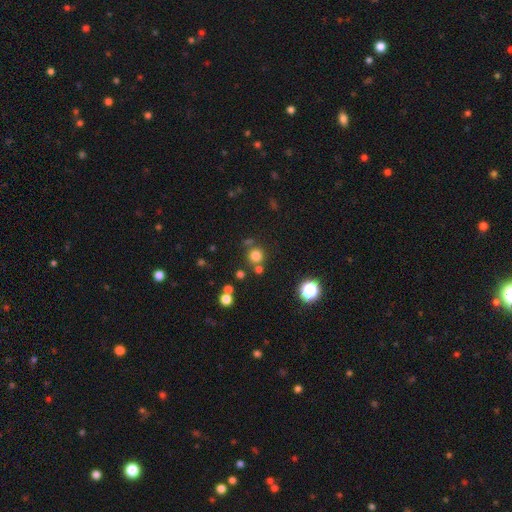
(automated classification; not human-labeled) Smooth or featured: smooth — 75% (star or artifact — 18%)
How rounded: round — 93% (in between — 6%)
Merging: none — 74% (merger — 14%)